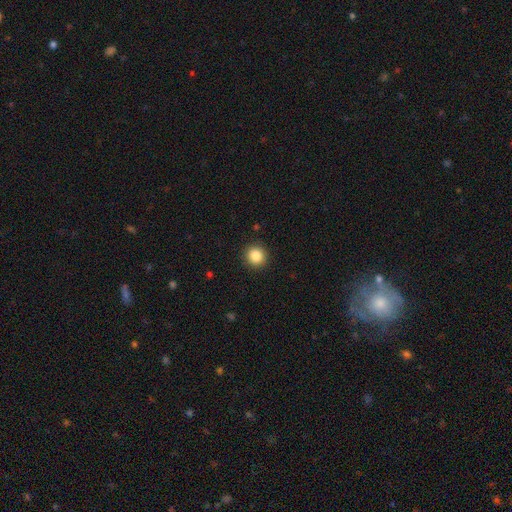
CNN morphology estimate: Q: Smooth or featured?
A: smooth (85%); runner-up: star or artifact (10%)
Q: How rounded?
A: round (92%); runner-up: in between (7%)
Q: Merging?
A: none (92%); runner-up: minor disturbance (5%)